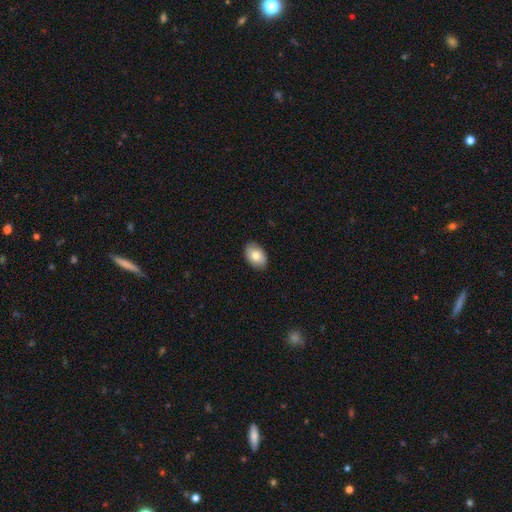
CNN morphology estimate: smooth 76%, featured or disk 17%, star or artifact 7%. Down the decision tree: how rounded — in between (85%); merging — none (87%).